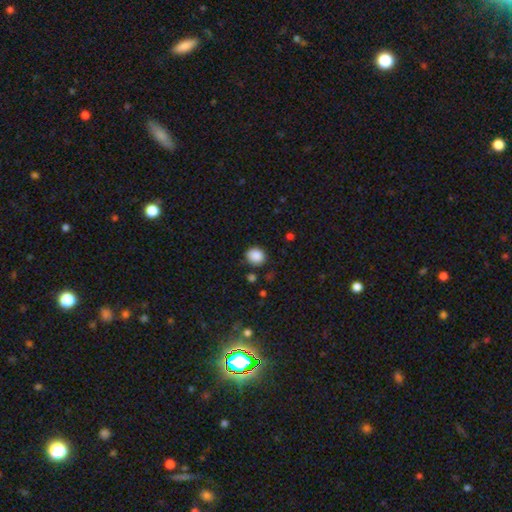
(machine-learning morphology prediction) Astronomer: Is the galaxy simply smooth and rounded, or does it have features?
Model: smooth — 88%.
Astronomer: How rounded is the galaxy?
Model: round — 77%.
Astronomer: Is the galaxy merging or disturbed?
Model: none — 82%.